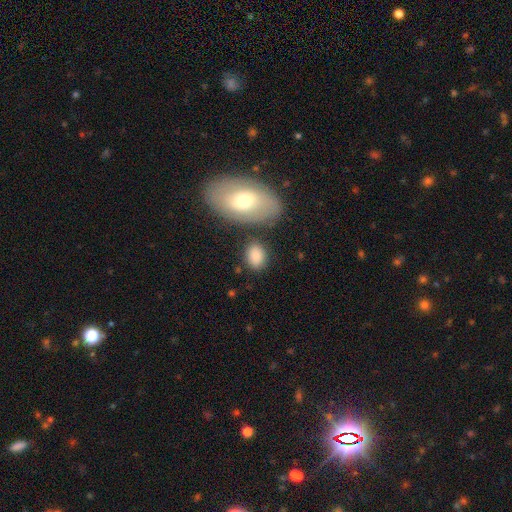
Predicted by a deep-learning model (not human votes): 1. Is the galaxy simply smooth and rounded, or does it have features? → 85% smooth, 8% featured or disk, 7% star or artifact.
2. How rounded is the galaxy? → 75% in between, 23% round, 2% cigar-shaped.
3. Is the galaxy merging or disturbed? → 73% none, 14% minor disturbance, 9% merger, 5% major disturbance.